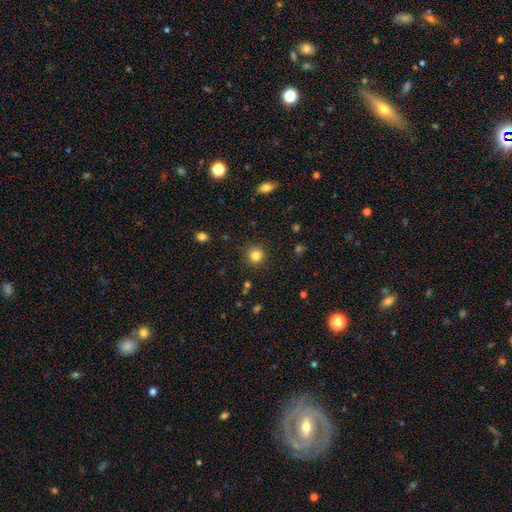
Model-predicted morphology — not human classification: smooth 83%, star or artifact 12%, featured or disk 5%. Down the decision tree: how rounded — round (93%); merging — none (89%).